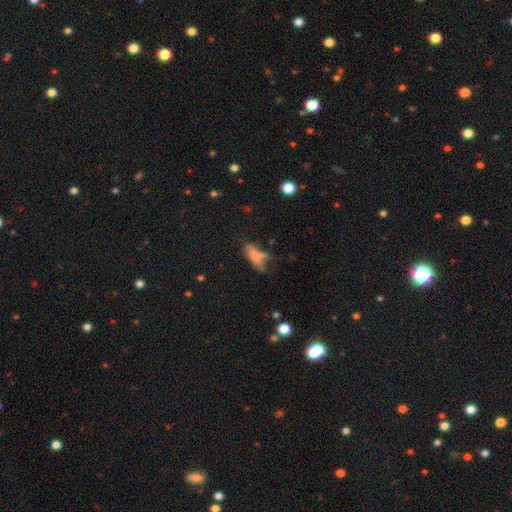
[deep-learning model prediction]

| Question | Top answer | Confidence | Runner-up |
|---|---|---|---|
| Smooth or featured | smooth | 64% | featured or disk (21%) |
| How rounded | in between | 60% | cigar-shaped (35%) |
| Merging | none | 34% | major disturbance (28%) |